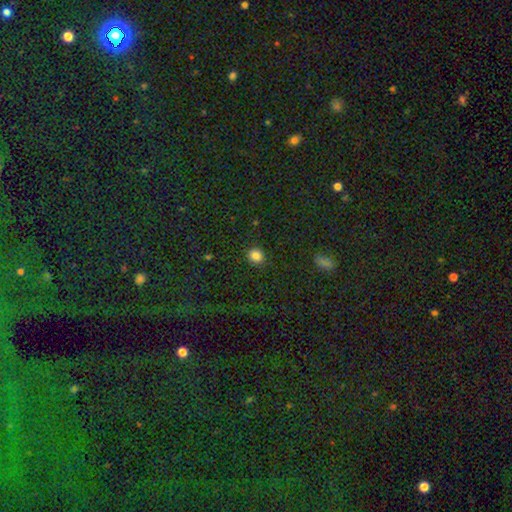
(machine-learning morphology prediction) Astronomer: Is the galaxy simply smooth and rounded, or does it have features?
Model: smooth — 84%.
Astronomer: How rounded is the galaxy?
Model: round — 89%.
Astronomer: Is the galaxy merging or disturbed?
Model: none — 90%.